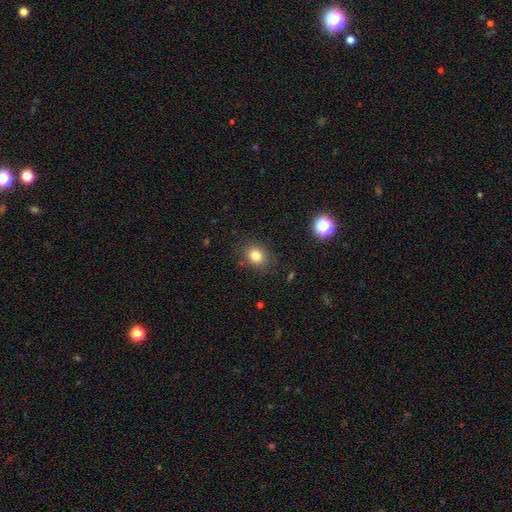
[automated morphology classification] The model was most divided on "how rounded": round: 57%, in between: 43%, cigar-shaped: 1%. More confident: merging — none (84%); smooth or featured — smooth (80%).